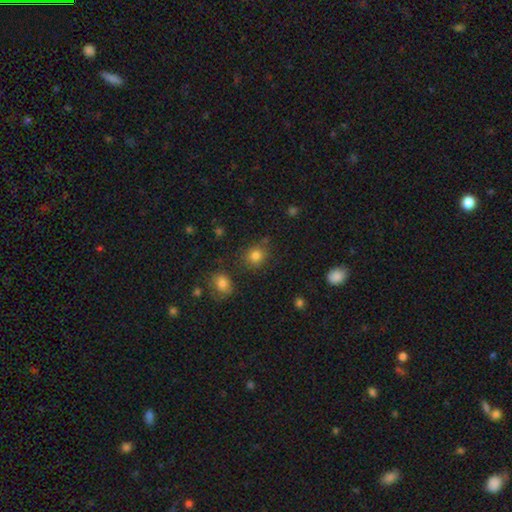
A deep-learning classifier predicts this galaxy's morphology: A smooth galaxy with no disk features (80%) that is round (80%). Merging: none (78%).